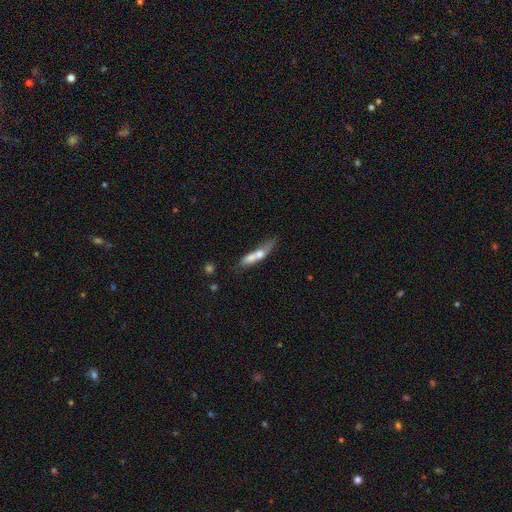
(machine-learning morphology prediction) This appears to be a smooth galaxy with no disk features (55%) that is cigar-shaped (63%). Merging: merger (51%).